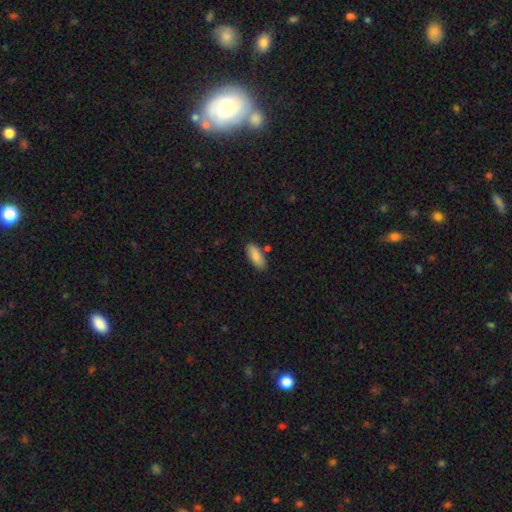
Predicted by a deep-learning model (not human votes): smooth-or-featured: smooth: 84% | featured or disk: 10% | star or artifact: 6%
  how-rounded: in between: 82% | cigar-shaped: 16% | round: 2%
  merging: none: 80% | minor disturbance: 13% | merger: 5% | major disturbance: 2%